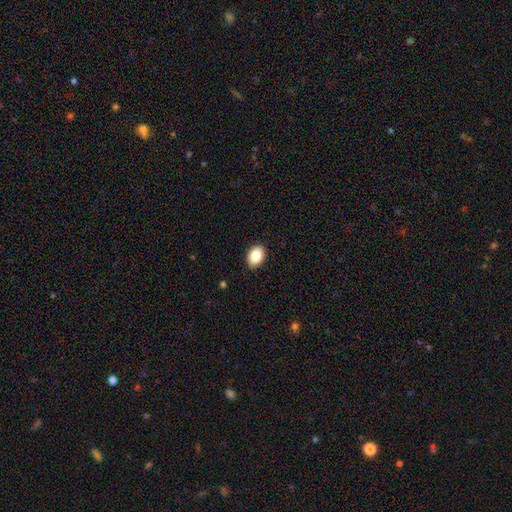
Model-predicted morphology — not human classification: Smooth or featured?
  - smooth: 86% *
  - star or artifact: 8%
  - featured or disk: 6%
How rounded?
  - in between: 81% *
  - round: 18%
  - cigar-shaped: 1%
Merging?
  - none: 90% *
  - minor disturbance: 7%
  - major disturbance: 2%
  - merger: 1%